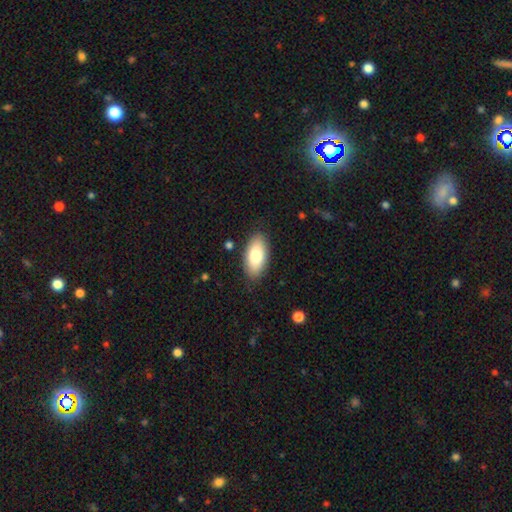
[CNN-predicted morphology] This is clearly a smooth galaxy (80%). How rounded: clearly in between (92%). Merging: clearly none (86%).